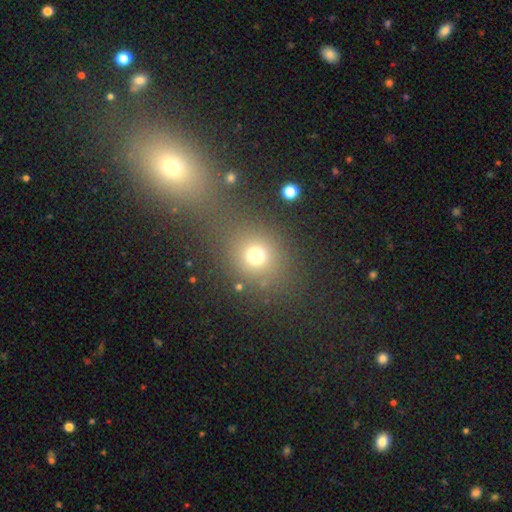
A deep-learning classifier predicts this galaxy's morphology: A smooth galaxy with no disk features (71%) that is round (72%).

Vote fractions:
- Smooth or featured? smooth: 71% / star or artifact: 20% / featured or disk: 10%
- How rounded? round: 72% / in between: 26% / cigar-shaped: 2%
- Merging? none: 67% / merger: 17% / minor disturbance: 10% / major disturbance: 7%